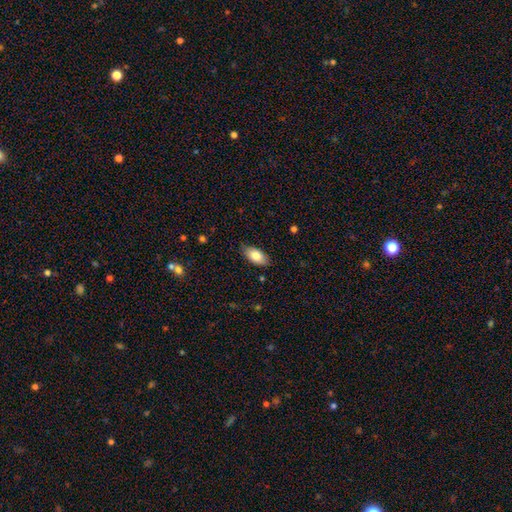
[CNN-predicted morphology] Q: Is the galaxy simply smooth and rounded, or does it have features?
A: smooth — 80%.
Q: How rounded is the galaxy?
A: in between — 92%.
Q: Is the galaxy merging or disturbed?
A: none — 84%.